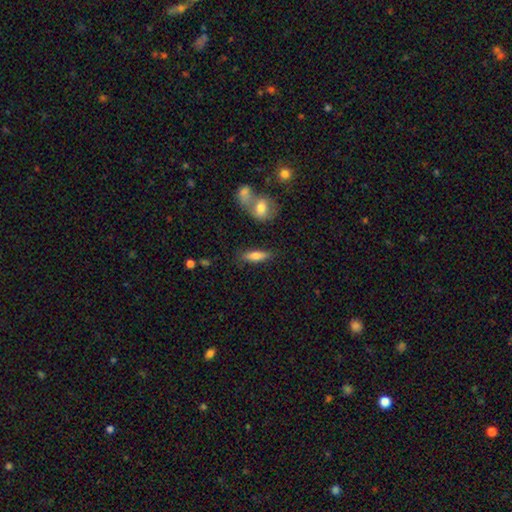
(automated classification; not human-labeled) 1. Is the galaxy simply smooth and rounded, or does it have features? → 74% smooth, 19% featured or disk, 7% star or artifact.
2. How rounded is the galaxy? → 49% in between, 48% cigar-shaped, 3% round.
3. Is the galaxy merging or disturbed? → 74% none, 13% minor disturbance, 9% merger, 4% major disturbance.